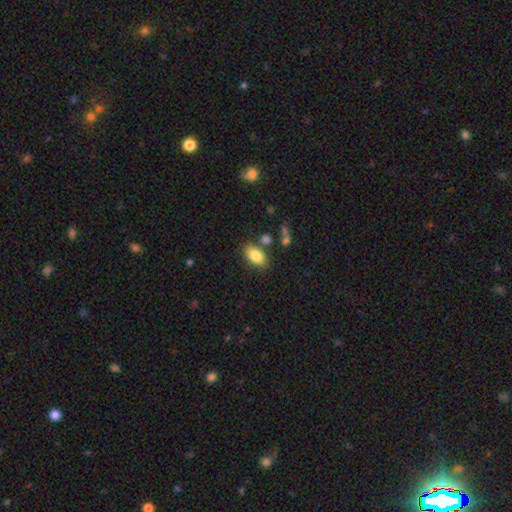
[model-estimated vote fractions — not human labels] Smooth or featured? Predicted: smooth (p=0.84). How rounded? Predicted: in between (p=0.91). Merging? Predicted: none (p=0.77).